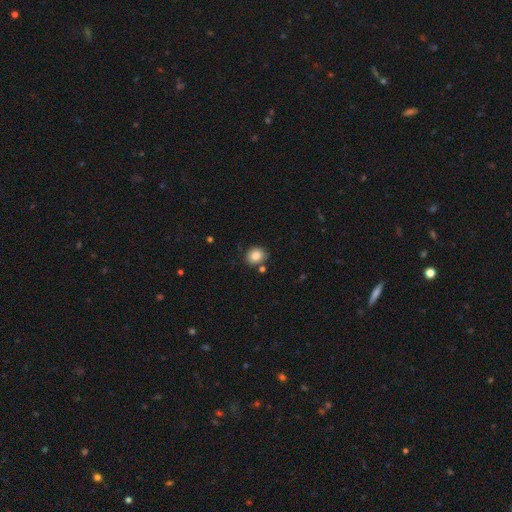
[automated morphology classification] This is clearly a smooth galaxy (84%). How rounded: likely round (71%). Merging: likely none (79%).